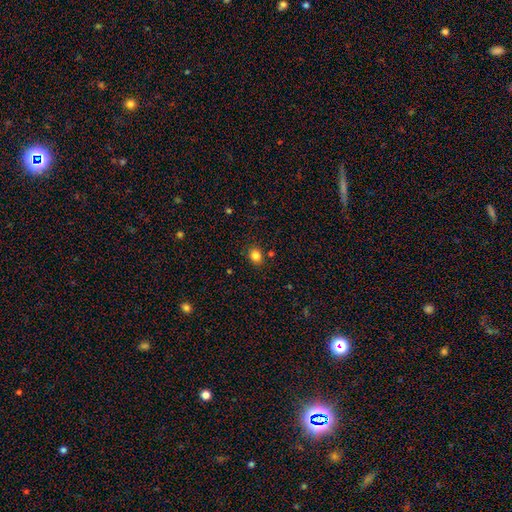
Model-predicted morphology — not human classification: This is clearly a smooth galaxy (83%). How rounded: likely round (64%). Merging: clearly none (84%).